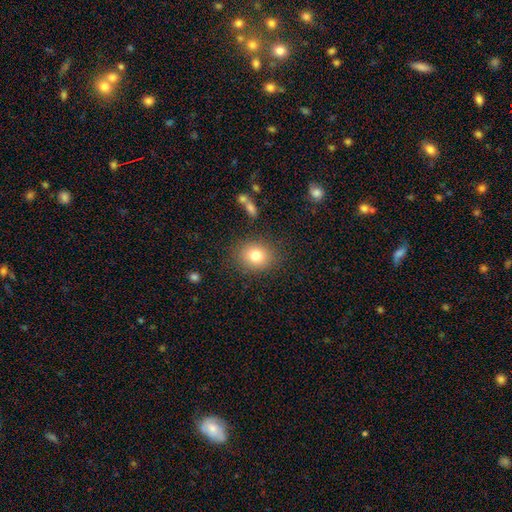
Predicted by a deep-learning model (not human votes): Overall: smooth (79%). How rounded: round (66%; in between 33%). Merging: none (84%).